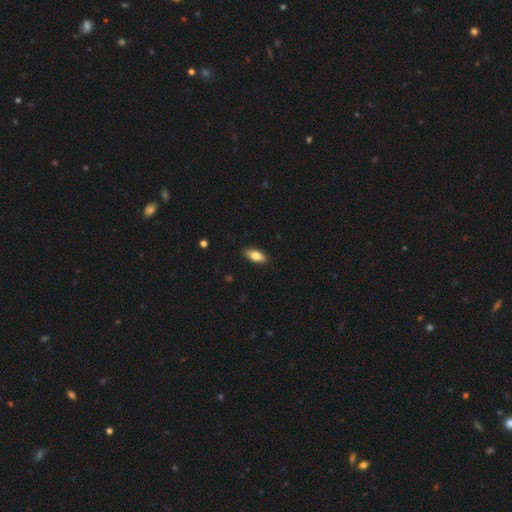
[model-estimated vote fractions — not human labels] Smooth or featured: smooth — 78% (featured or disk — 16%)
How rounded: in between — 85% (cigar-shaped — 12%)
Merging: none — 89% (minor disturbance — 8%)